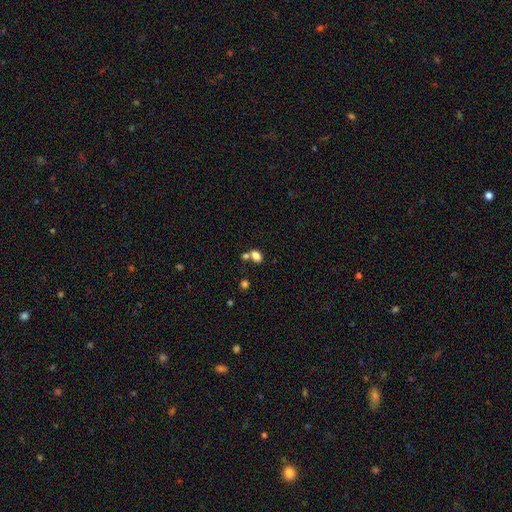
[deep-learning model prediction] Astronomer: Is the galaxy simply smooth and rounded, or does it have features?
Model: smooth — 81%.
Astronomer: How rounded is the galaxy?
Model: in between — 78%.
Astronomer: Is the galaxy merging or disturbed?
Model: none — 51% (runner-up: merger, 33%).